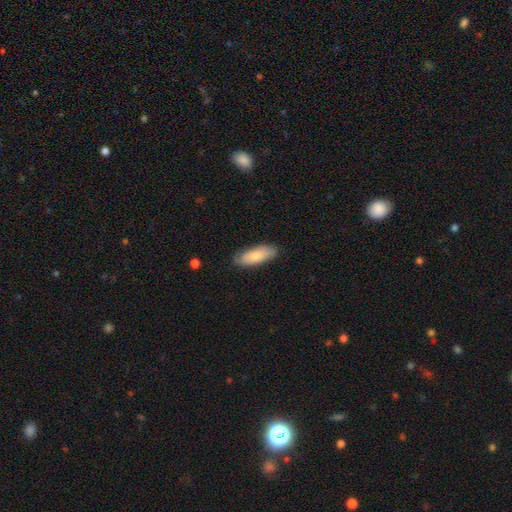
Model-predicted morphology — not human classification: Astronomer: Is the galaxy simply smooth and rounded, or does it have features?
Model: smooth — 81%.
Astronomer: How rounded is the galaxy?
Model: in between — 65%.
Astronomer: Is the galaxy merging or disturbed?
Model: none — 81%.